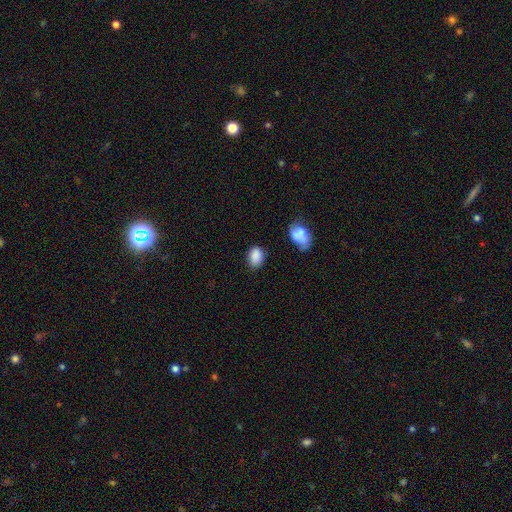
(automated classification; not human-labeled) Overall: smooth (87%). How rounded: in between (70%). Merging: none (74%).